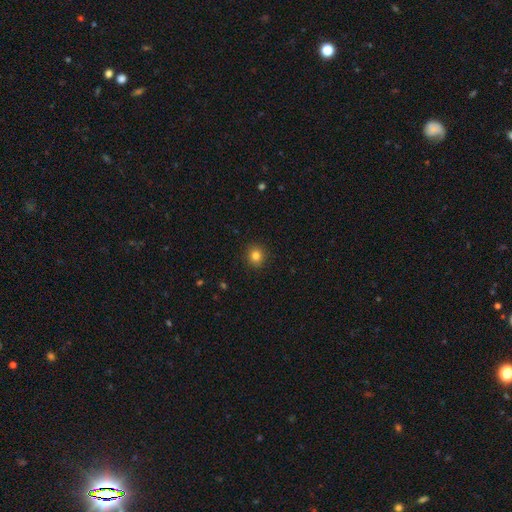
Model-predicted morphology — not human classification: Overall: smooth (82%). How rounded: round (88%). Merging: none (91%).